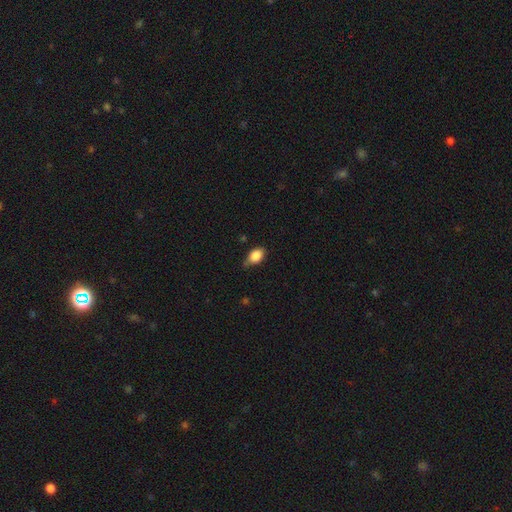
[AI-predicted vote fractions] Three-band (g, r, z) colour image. It shows a smooth galaxy with no disk features (86%) that is in between round and cigar-shaped (85%). Merging: none (61%).